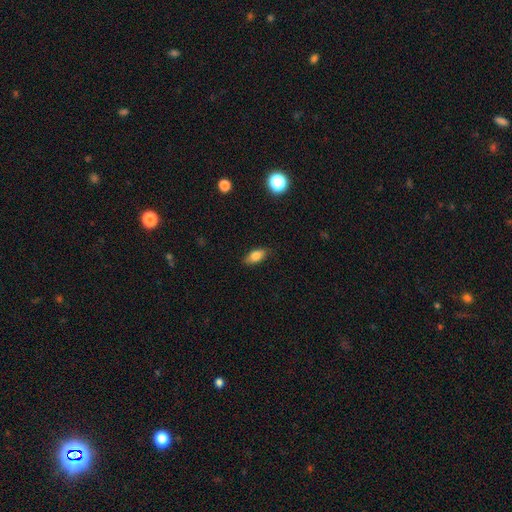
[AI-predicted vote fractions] Overall: smooth (81%). How rounded: in between (85%). Merging: none (85%).